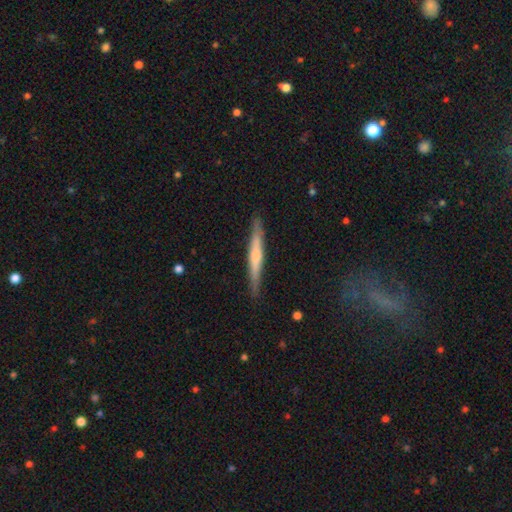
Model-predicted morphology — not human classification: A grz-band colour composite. It shows a featured or disk galaxy (49%). Merging: none (89%).